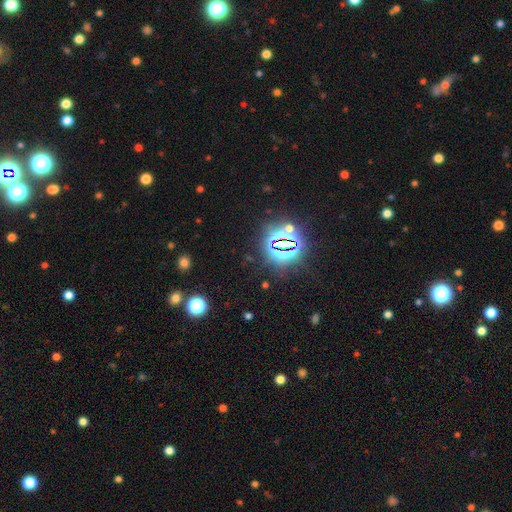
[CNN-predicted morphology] Smooth or featured? Predicted: star or artifact (p=0.82).